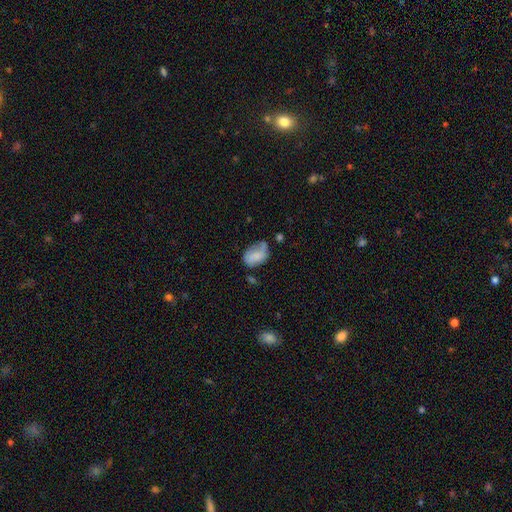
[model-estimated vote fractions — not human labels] The model was most divided on "merging": none: 37%, minor disturbance: 35%, major disturbance: 21%, merger: 7%. More confident: how rounded — in between (85%); smooth or featured — smooth (69%).